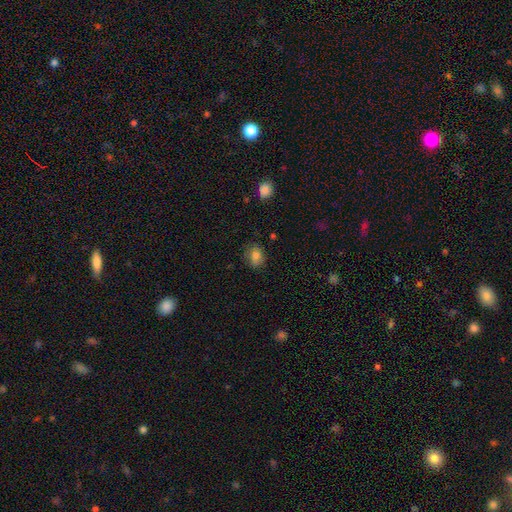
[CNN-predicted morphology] The model was most divided on "how rounded": in between: 55%, round: 43%, cigar-shaped: 1%. More confident: smooth or featured — smooth (82%); merging — none (72%).